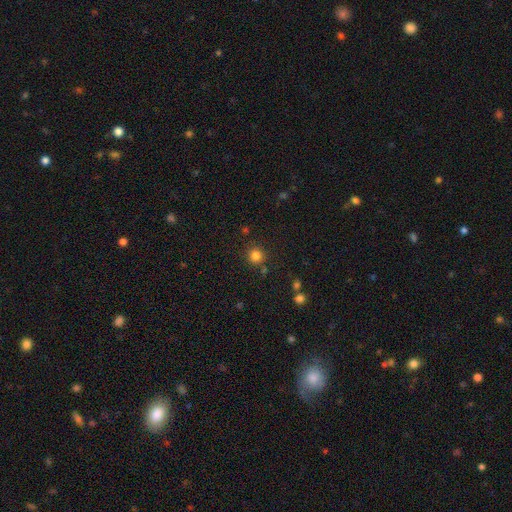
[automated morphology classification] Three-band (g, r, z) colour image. It shows a smooth galaxy with no disk features (82%) that is round (94%). Merging: none (85%).